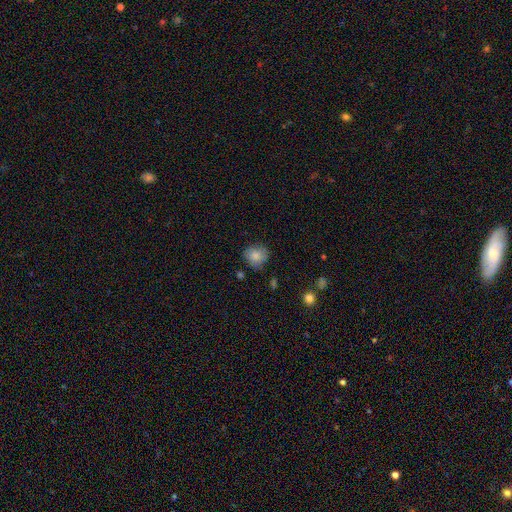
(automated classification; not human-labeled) This appears to be a smooth galaxy with no disk features (83%) that is round (86%). Merging: none (80%).